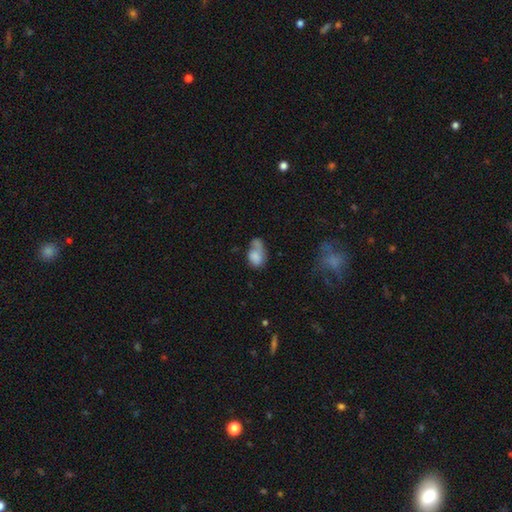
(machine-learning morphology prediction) Q: Smooth or featured?
A: smooth (70%); runner-up: featured or disk (21%)
Q: How rounded?
A: in between (85%); runner-up: round (14%)
Q: Merging?
A: none (28%); runner-up: merger (25%)